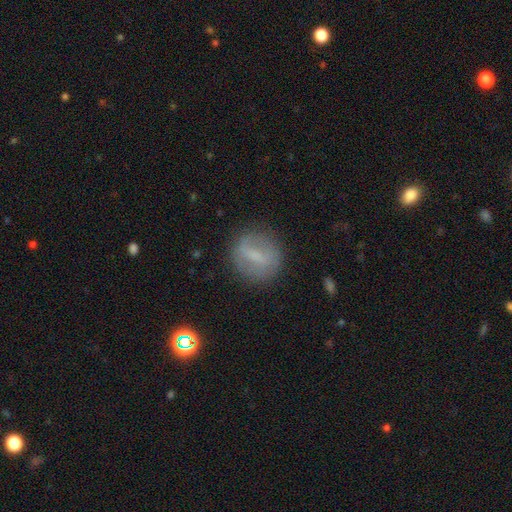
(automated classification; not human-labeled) Q: Smooth or featured?
A: smooth (49%); runner-up: featured or disk (41%)
Q: Merging?
A: none (81%); runner-up: minor disturbance (12%)